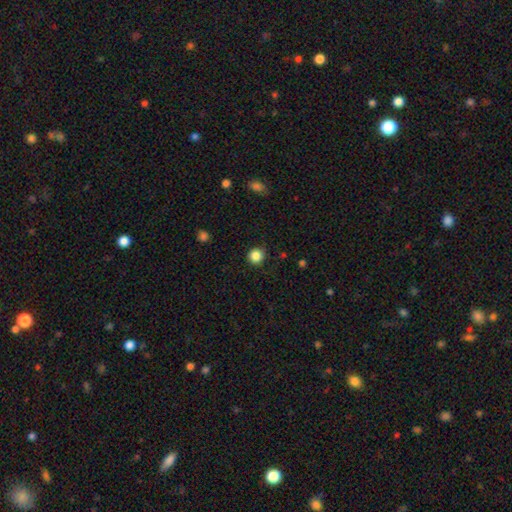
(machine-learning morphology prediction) Smooth or featured?
  - smooth: 86% *
  - star or artifact: 11%
  - featured or disk: 3%
How rounded?
  - round: 93% *
  - in between: 6%
  - cigar-shaped: 1%
Merging?
  - none: 89% *
  - minor disturbance: 8%
  - major disturbance: 2%
  - merger: 1%